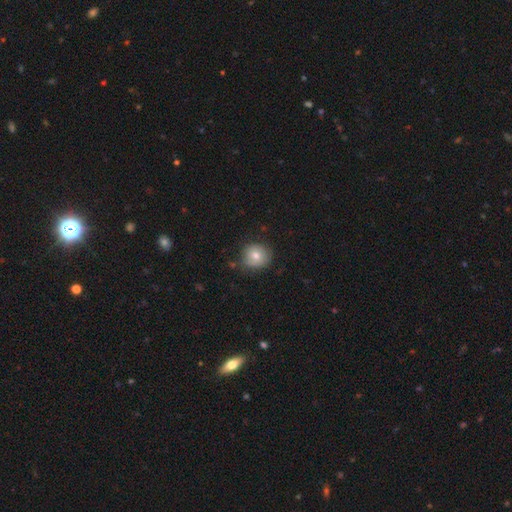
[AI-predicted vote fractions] The model was most divided on "merging": none: 74%, minor disturbance: 19%, major disturbance: 4%, merger: 2%. More confident: how rounded — round (85%); smooth or featured — smooth (75%).